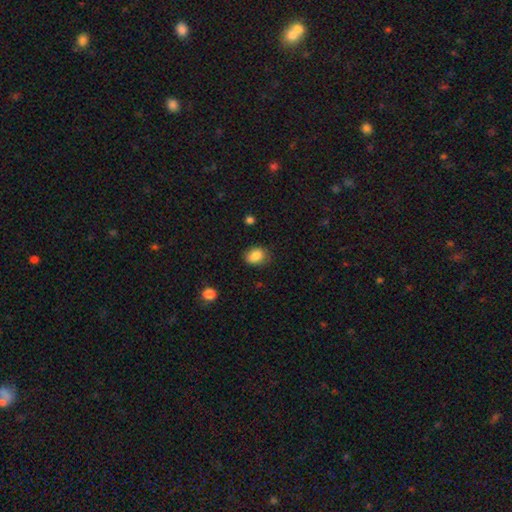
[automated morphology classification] type=smooth (86%); roundness=in between (58%); merging=none (75%).